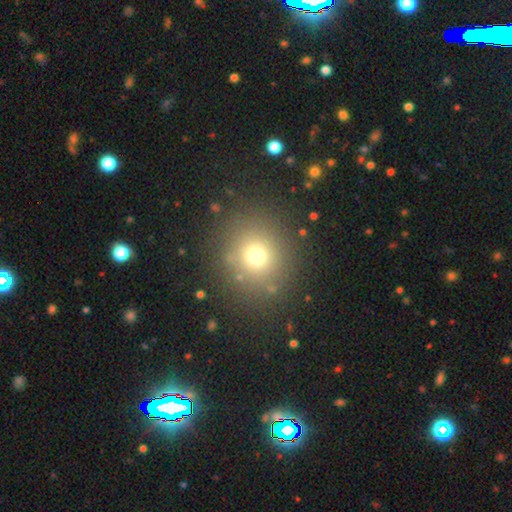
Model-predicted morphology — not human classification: smooth 70%, star or artifact 20%, featured or disk 10%. Down the decision tree: how rounded — round (89%); merging — none (84%).